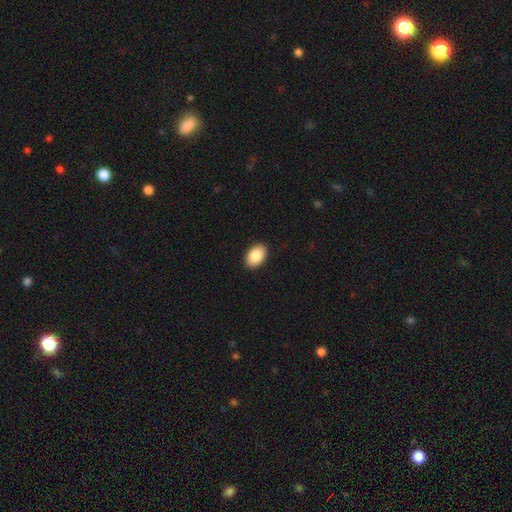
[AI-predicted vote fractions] Smooth or featured?
  - smooth: 86% *
  - star or artifact: 7%
  - featured or disk: 7%
How rounded?
  - in between: 89% *
  - round: 10%
  - cigar-shaped: 1%
Merging?
  - none: 90% *
  - minor disturbance: 7%
  - major disturbance: 2%
  - merger: 1%